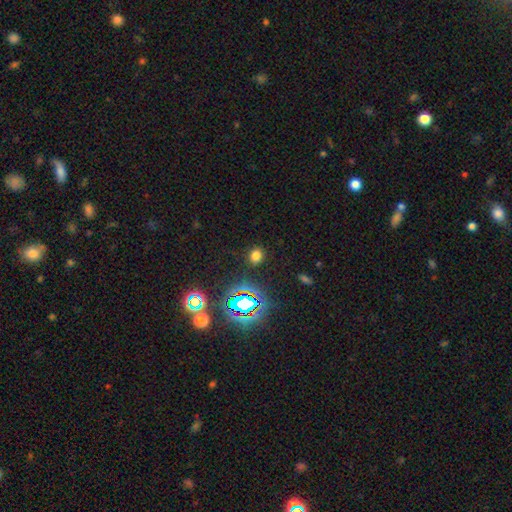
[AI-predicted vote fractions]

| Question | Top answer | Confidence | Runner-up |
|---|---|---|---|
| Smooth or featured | smooth | 68% | star or artifact (25%) |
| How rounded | round | 73% | in between (26%) |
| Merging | none | 88% | minor disturbance (7%) |